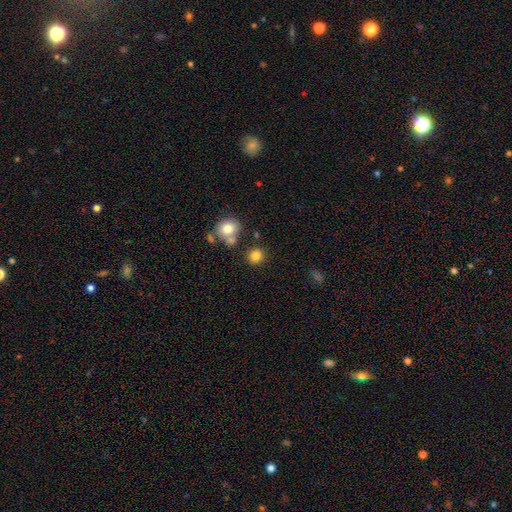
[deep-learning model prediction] Smooth or featured?
  - smooth: 82% *
  - star or artifact: 12%
  - featured or disk: 6%
How rounded?
  - round: 87% *
  - in between: 12%
  - cigar-shaped: 1%
Merging?
  - none: 78% *
  - merger: 10%
  - minor disturbance: 9%
  - major disturbance: 3%